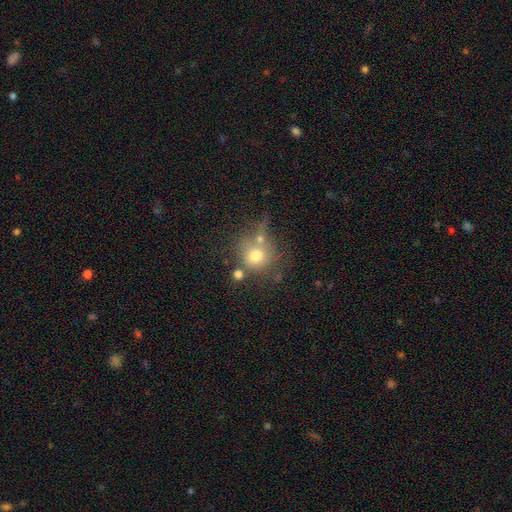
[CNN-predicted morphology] The model was most divided on "merging": none: 52%, merger: 24%, minor disturbance: 15%, major disturbance: 10%. More confident: how rounded — round (86%); smooth or featured — smooth (72%).